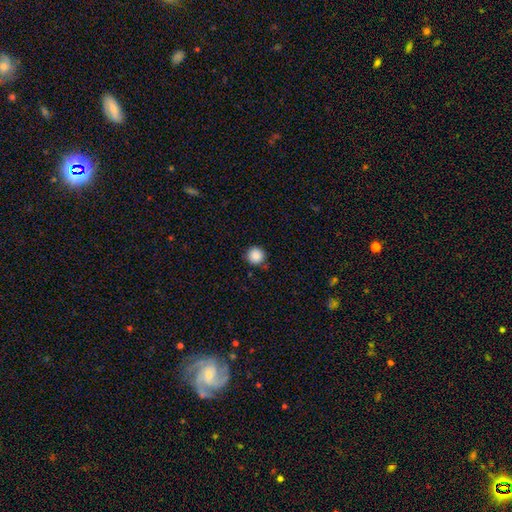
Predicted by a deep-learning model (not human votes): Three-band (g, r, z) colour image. It shows a smooth galaxy with no disk features (88%) that is round (96%). Merging: none (86%).